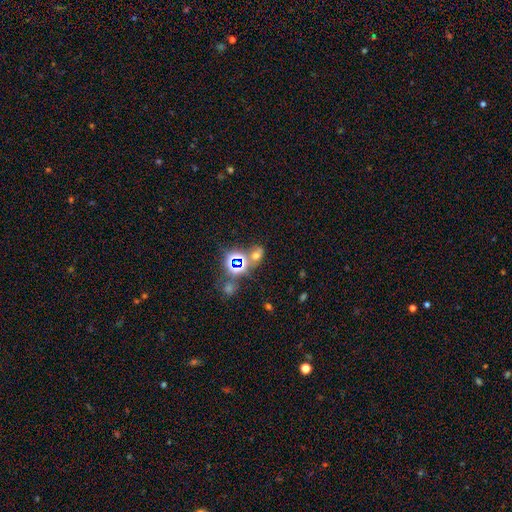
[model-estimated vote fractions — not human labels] The model was most divided on "smooth or featured": star or artifact: 47%, smooth: 41%, featured or disk: 12%.